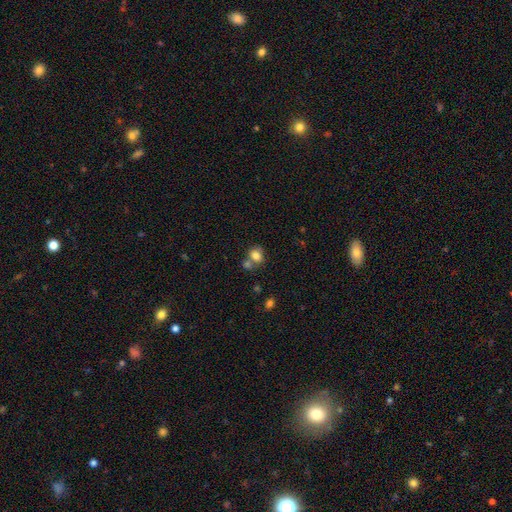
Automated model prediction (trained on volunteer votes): Smooth or featured? Predicted: smooth (p=0.80). How rounded? Predicted: round (p=0.61). Merging? Predicted: none (p=0.51).